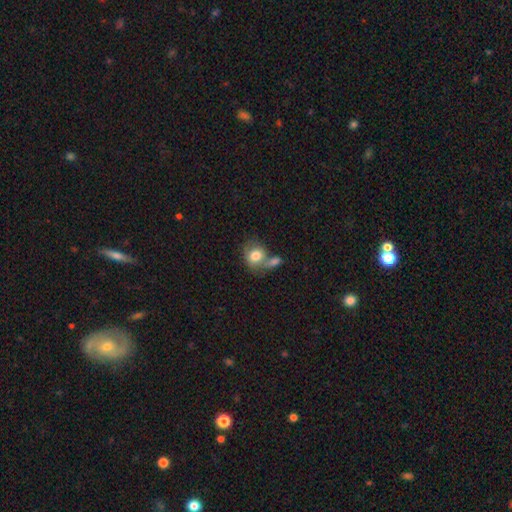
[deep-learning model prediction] Smooth or featured?
  - smooth: 78% *
  - featured or disk: 14%
  - star or artifact: 8%
How rounded?
  - round: 64% *
  - in between: 35%
  - cigar-shaped: 1%
Merging?
  - merger: 41% *
  - none: 37%
  - minor disturbance: 14%
  - major disturbance: 8%